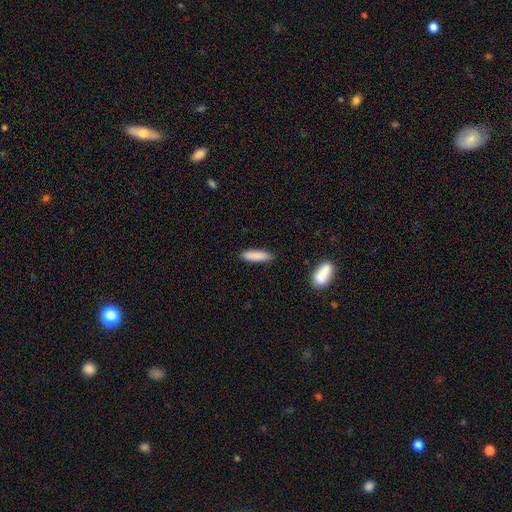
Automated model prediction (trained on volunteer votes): smooth 87%, featured or disk 7%, star or artifact 6%. Down the decision tree: how rounded — cigar-shaped (65%); merging — none (85%).